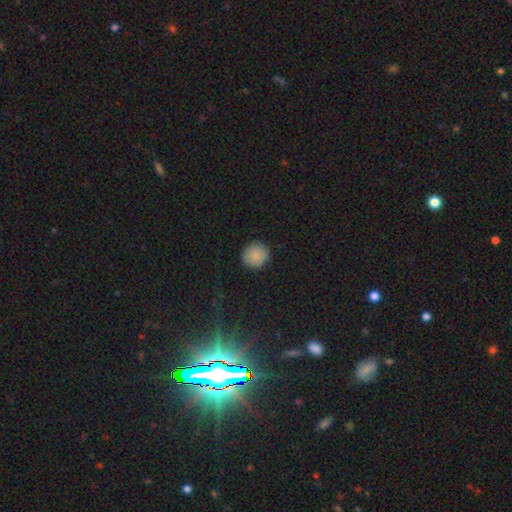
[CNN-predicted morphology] This appears to be a smooth galaxy with no disk features (86%) that is round (90%). Merging: none (89%).